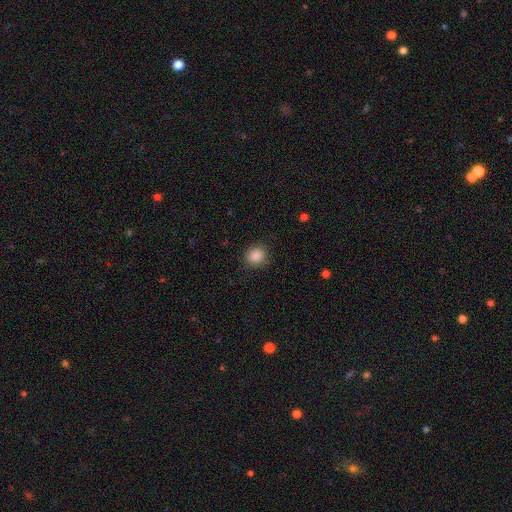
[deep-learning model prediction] Smooth or featured?
  - smooth: 86% *
  - star or artifact: 10%
  - featured or disk: 4%
How rounded?
  - round: 82% *
  - in between: 18%
  - cigar-shaped: 1%
Merging?
  - none: 86% *
  - minor disturbance: 10%
  - major disturbance: 3%
  - merger: 1%